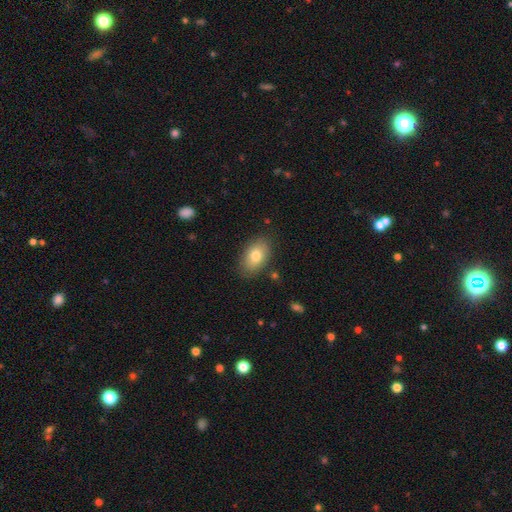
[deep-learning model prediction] Overall: smooth (78%). How rounded: in between (91%). Merging: none (84%).